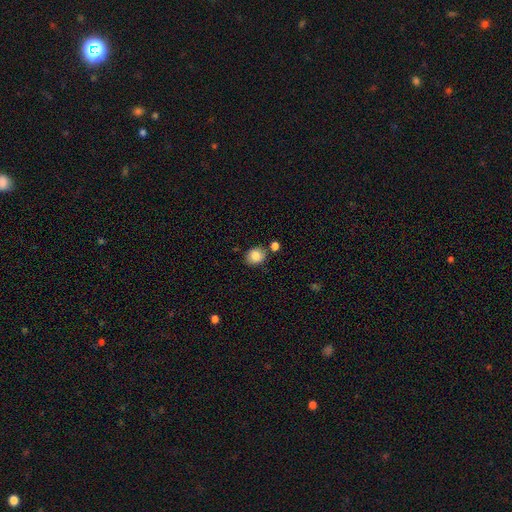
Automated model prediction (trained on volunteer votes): Morphology: type=smooth (86%); roundness=round (58%); merging=none (75%).